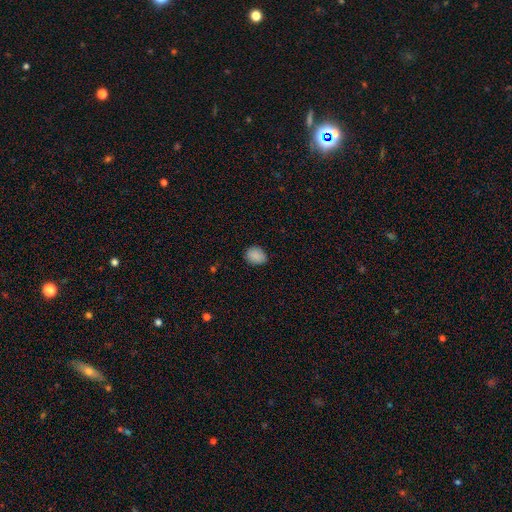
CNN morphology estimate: A smooth galaxy with no disk features (88%) that is in between round and cigar-shaped (55%). Merging: none (83%).